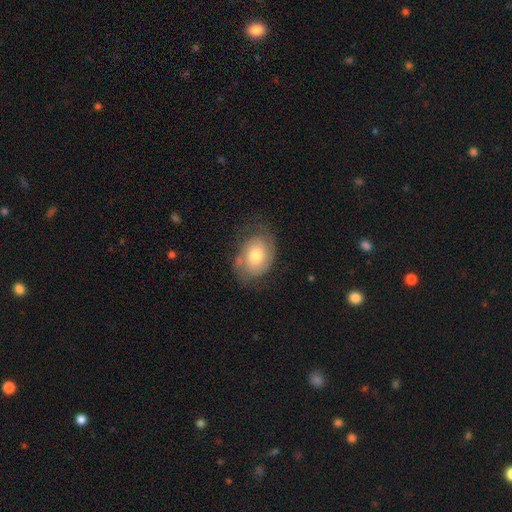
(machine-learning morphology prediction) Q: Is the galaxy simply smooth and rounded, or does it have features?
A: featured or disk — 55%.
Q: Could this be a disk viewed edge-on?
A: no — 96%.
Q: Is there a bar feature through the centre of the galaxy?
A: no — 77%.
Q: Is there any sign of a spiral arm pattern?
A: yes — 82%.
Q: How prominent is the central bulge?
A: moderate — 63%.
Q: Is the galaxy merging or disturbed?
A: none — 63%.